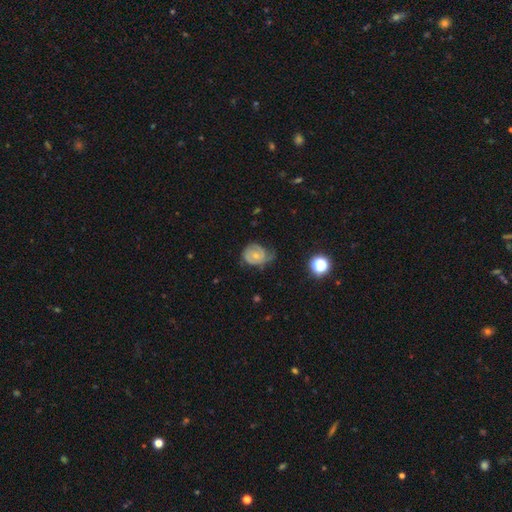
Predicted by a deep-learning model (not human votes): Smooth or featured: featured or disk — 66% (smooth — 26%)
Edge-on disk: no — 98% (yes — 2%)
Bar: no — 74% (weak — 22%)
Spiral arms: yes — 87% (no — 13%)
Spiral winding: tight — 55% (medium — 32%)
Spiral arm count: 2 — 42% (1 — 23%)
Bulge size: small — 58% (moderate — 36%)
Merging: none — 41% (minor disturbance — 34%)